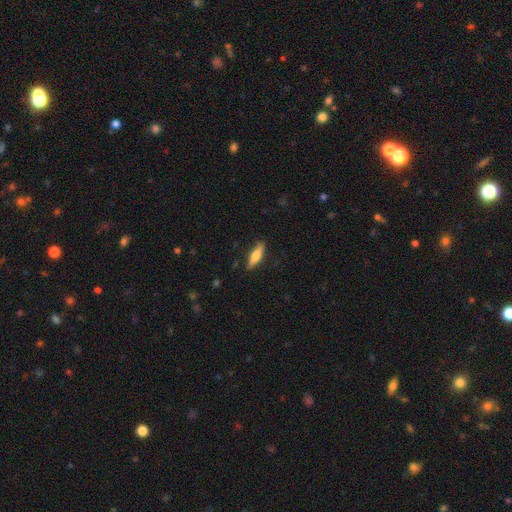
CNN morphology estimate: This is likely a smooth galaxy (62%). How rounded: possibly cigar-shaped (60%). Merging: clearly none (86%).